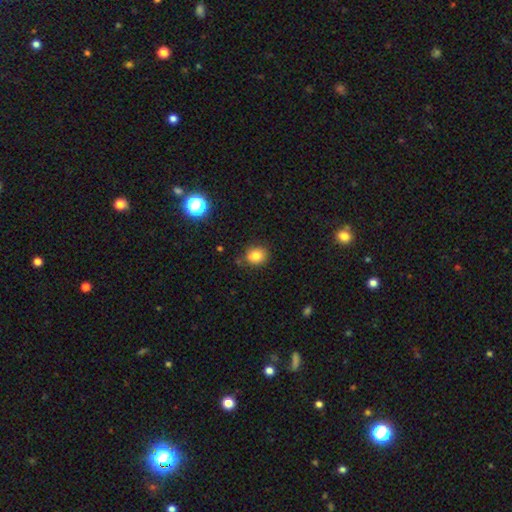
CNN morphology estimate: A smooth galaxy with no disk features (80%) that is round (70%).

Vote fractions:
- Smooth or featured? smooth: 80% / star or artifact: 13% / featured or disk: 8%
- How rounded? round: 70% / in between: 29% / cigar-shaped: 1%
- Merging? none: 78% / minor disturbance: 15% / merger: 4% / major disturbance: 3%